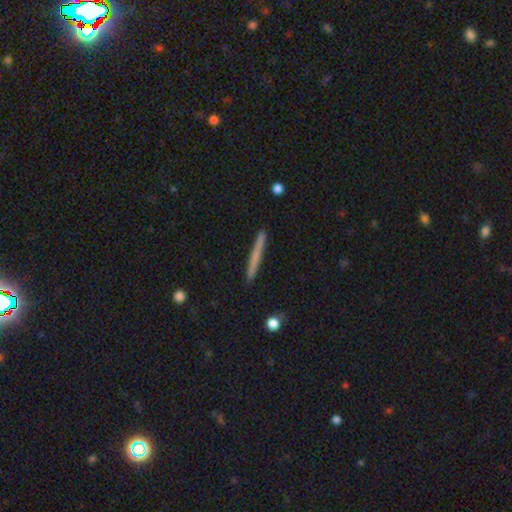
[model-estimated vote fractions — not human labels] This is likely a smooth galaxy (61%). How rounded: clearly cigar-shaped (97%). Merging: clearly none (92%).